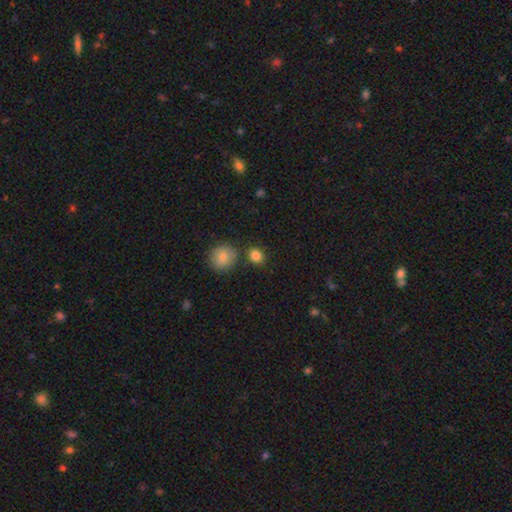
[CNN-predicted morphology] smooth 84%, star or artifact 11%, featured or disk 5%. Down the decision tree: how rounded — round (72%); merging — none (78%).